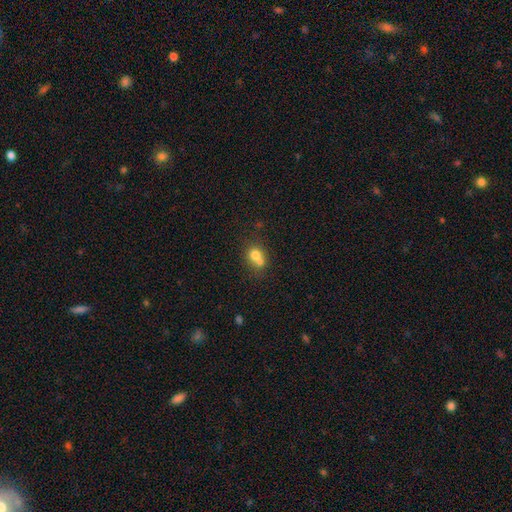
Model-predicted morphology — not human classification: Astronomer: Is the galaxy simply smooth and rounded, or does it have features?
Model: smooth — 71%.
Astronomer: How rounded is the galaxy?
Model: round — 70%.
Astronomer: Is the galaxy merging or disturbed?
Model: merger — 60%.